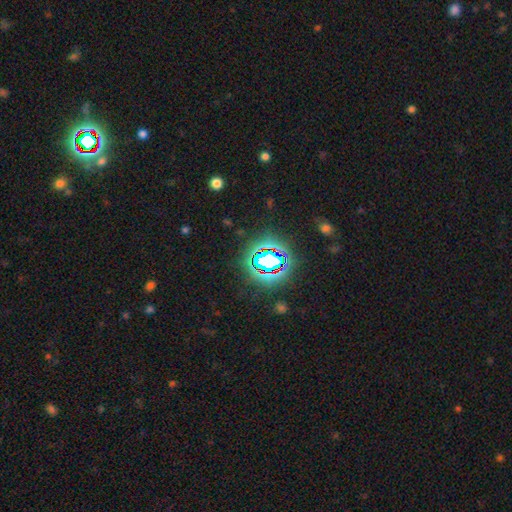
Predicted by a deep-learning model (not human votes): Morphology: type=star or artifact (77%).